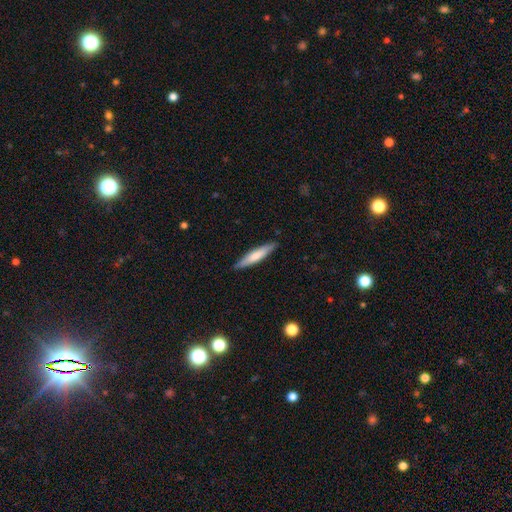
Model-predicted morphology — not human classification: smooth-or-featured: smooth: 66% | featured or disk: 29% | star or artifact: 5%
  how-rounded: cigar-shaped: 87% | in between: 11% | round: 1%
  merging: none: 88% | minor disturbance: 10% | major disturbance: 2% | merger: 1%